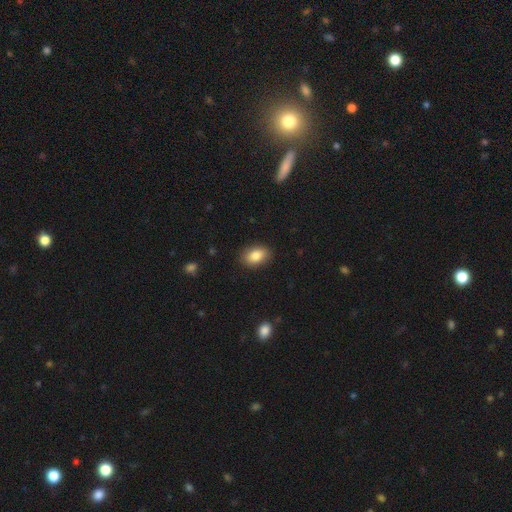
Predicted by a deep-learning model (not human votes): Smooth or featured? smooth (85%)
How rounded? in between (87%)
Merging? none (88%)